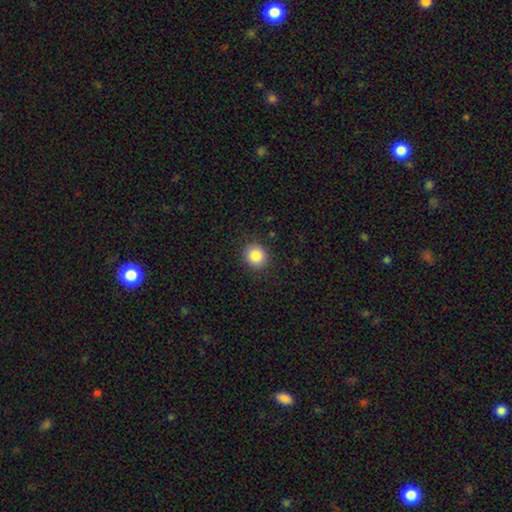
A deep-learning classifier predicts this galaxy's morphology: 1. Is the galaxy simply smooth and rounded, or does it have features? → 85% smooth, 10% star or artifact, 5% featured or disk.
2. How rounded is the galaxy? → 86% round, 13% in between, 1% cigar-shaped.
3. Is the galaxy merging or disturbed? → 89% none, 7% minor disturbance, 2% major disturbance, 1% merger.